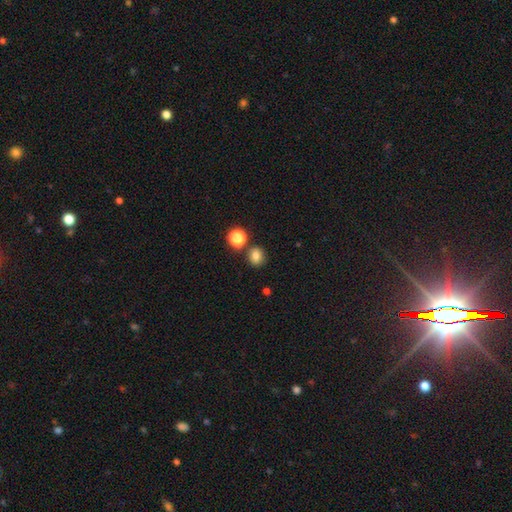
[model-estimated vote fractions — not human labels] smooth-or-featured: smooth: 80% | star or artifact: 14% | featured or disk: 6%
  how-rounded: round: 71% | in between: 28% | cigar-shaped: 1%
  merging: none: 78% | merger: 10% | minor disturbance: 9% | major disturbance: 3%